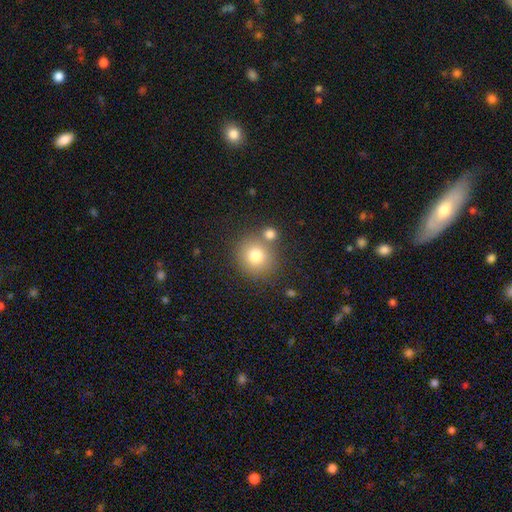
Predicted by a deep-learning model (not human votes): Smooth or featured?
  - smooth: 77% *
  - star or artifact: 11%
  - featured or disk: 11%
How rounded?
  - round: 88% *
  - in between: 11%
  - cigar-shaped: 1%
Merging?
  - none: 68% *
  - merger: 18%
  - minor disturbance: 10%
  - major disturbance: 4%